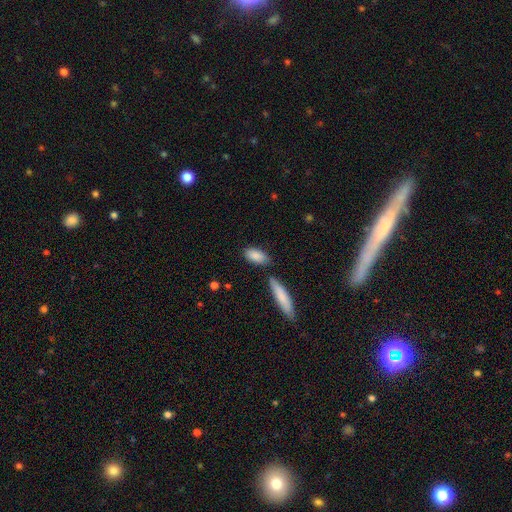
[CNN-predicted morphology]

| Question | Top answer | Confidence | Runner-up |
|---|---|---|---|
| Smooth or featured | smooth | 85% | featured or disk (9%) |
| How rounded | in between | 80% | cigar-shaped (17%) |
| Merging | none | 69% | minor disturbance (15%) |